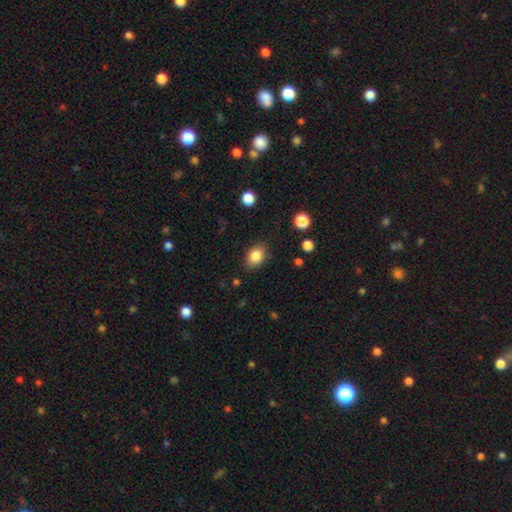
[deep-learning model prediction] A smooth galaxy with no disk features (84%) that is in between round and cigar-shaped (72%). Merging: none (81%).